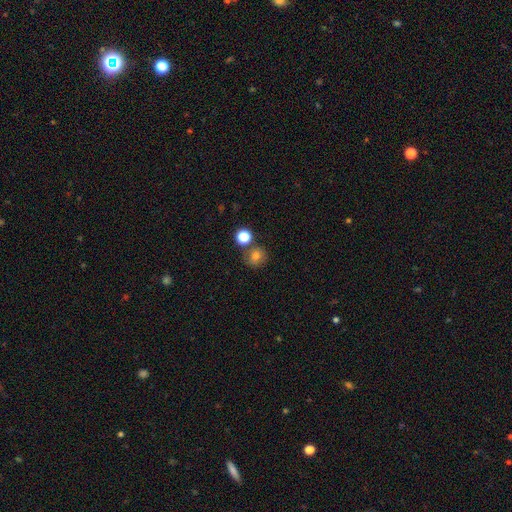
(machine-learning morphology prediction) Smooth or featured? smooth (75%)
How rounded? round (83%)
Merging? none (68%)